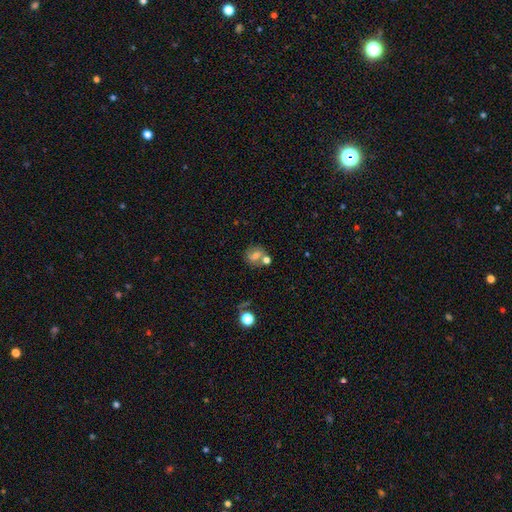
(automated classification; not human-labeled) Morphology: type=smooth (63%); roundness=round (66%); merging=none (55%).